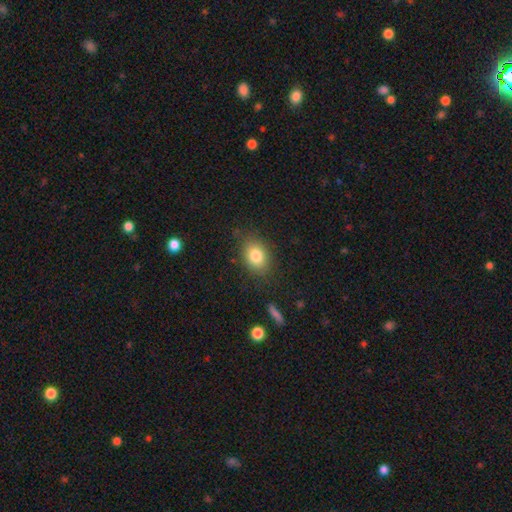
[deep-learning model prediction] Smooth or featured? Predicted: smooth (p=0.81). How rounded? Predicted: in between (p=0.67). Merging? Predicted: none (p=0.82).